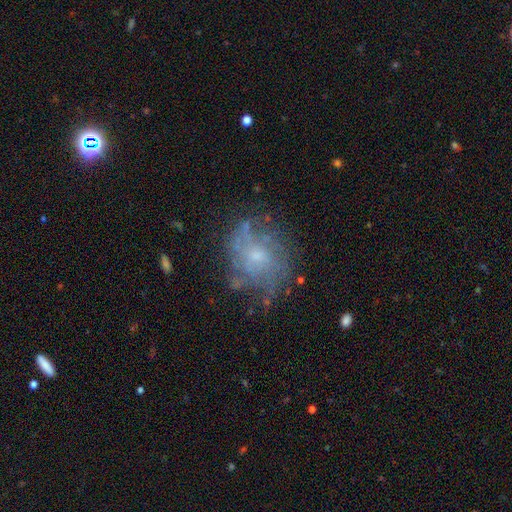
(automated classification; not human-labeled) Smooth or featured? featured or disk (63%)
Edge-on disk? no (97%)
Bar? no (77%)
Spiral arms? yes (62%)
Bulge size? small (52%)
Merging? none (65%)